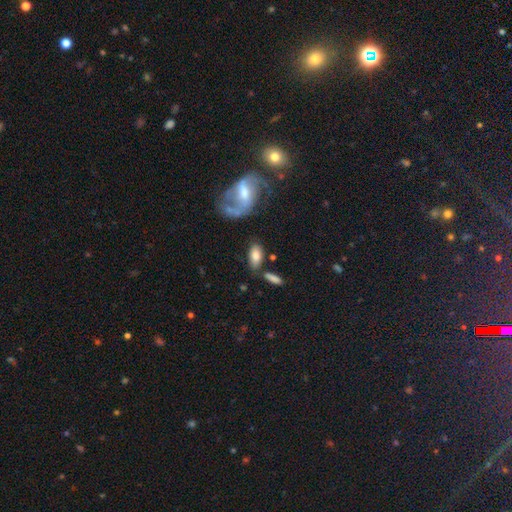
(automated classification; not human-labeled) Smooth or featured? Predicted: smooth (p=0.76). How rounded? Predicted: in between (p=0.90). Merging? Predicted: none (p=0.65).